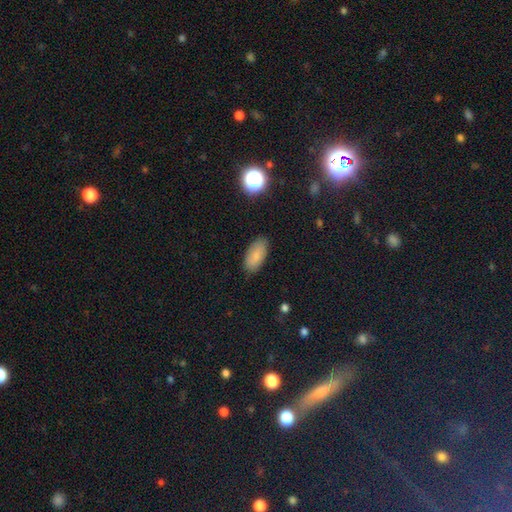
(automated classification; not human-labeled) A smooth galaxy with no disk features (82%) that is in between round and cigar-shaped (91%).

Vote fractions:
- Smooth or featured? smooth: 82% / featured or disk: 9% / star or artifact: 9%
- How rounded? in between: 91% / cigar-shaped: 6% / round: 3%
- Merging? none: 84% / minor disturbance: 12% / major disturbance: 3% / merger: 1%